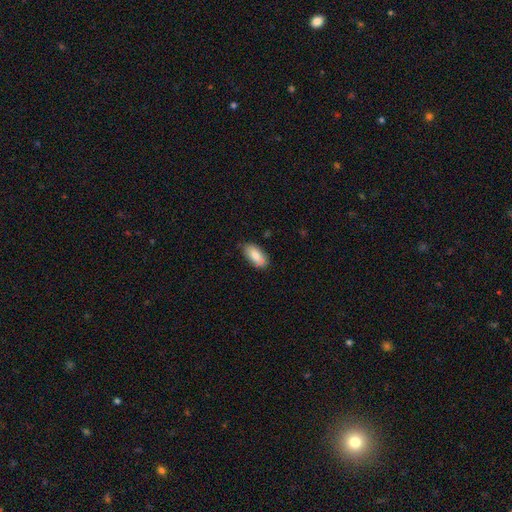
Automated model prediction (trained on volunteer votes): This appears to be a smooth galaxy with no disk features (81%) that is in between round and cigar-shaped (90%). Merging: none (80%).